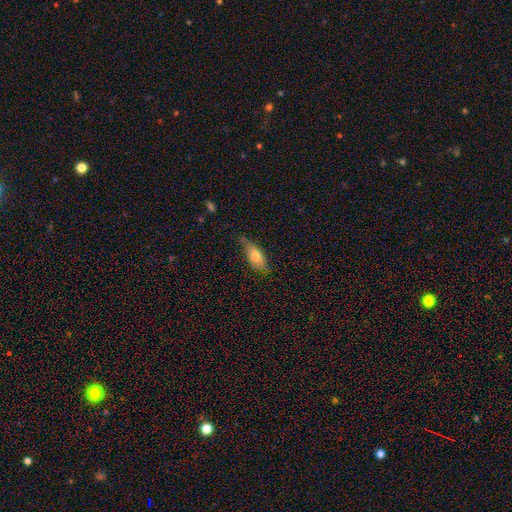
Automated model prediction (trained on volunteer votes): Morphology: type=smooth (71%); roundness=in between (74%); merging=none (61%).